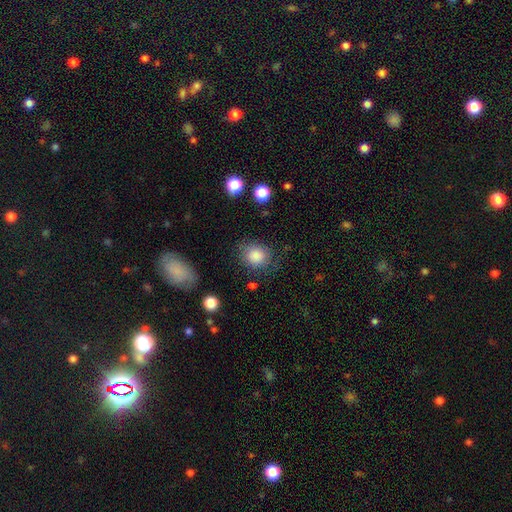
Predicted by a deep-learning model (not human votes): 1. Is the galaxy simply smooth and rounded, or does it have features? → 85% smooth, 9% star or artifact, 6% featured or disk.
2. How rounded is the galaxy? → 71% round, 28% in between, 1% cigar-shaped.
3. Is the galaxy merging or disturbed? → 74% none, 17% minor disturbance, 6% major disturbance, 2% merger.